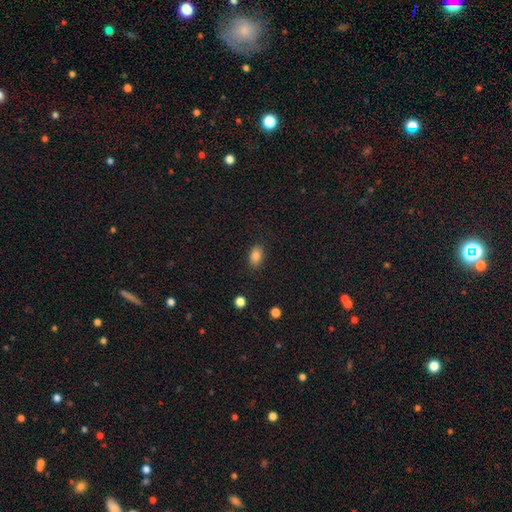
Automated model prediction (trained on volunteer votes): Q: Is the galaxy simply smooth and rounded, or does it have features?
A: smooth — 85%.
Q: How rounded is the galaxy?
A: in between — 85%.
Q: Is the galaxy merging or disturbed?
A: none — 86%.